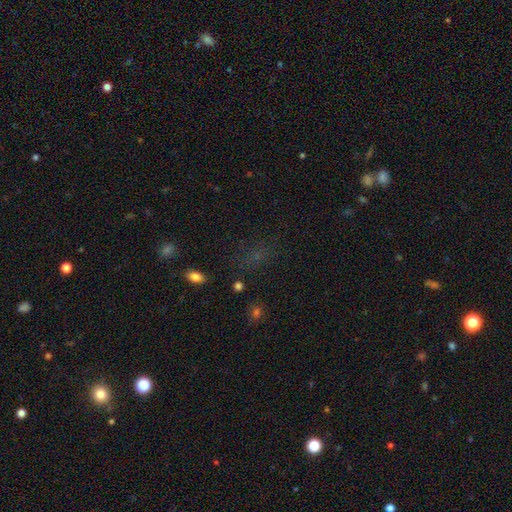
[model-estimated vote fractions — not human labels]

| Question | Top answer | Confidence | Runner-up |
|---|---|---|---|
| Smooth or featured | star or artifact | 53% | smooth (34%) |